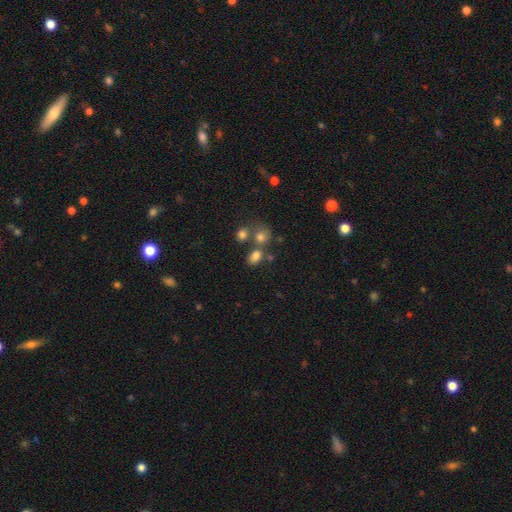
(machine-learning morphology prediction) Smooth or featured? smooth (77%)
How rounded? in between (71%)
Merging? none (52%)